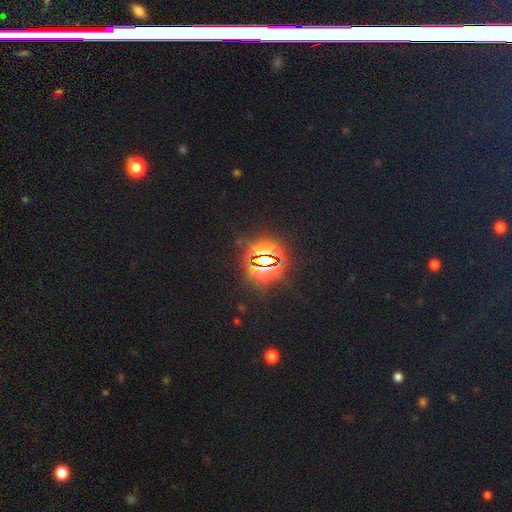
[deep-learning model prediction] A star or artifact, not a galaxy (85%).

Vote fractions:
- Smooth or featured? star or artifact: 85% / smooth: 9% / featured or disk: 6%